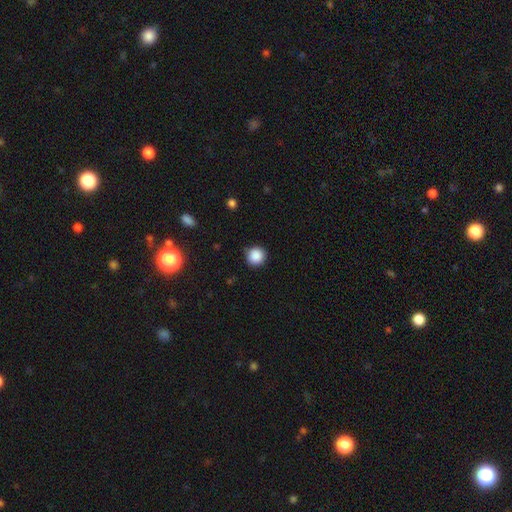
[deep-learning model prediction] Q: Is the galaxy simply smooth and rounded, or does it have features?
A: smooth — 87%.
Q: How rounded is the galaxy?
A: round — 95%.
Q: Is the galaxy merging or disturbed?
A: none — 89%.